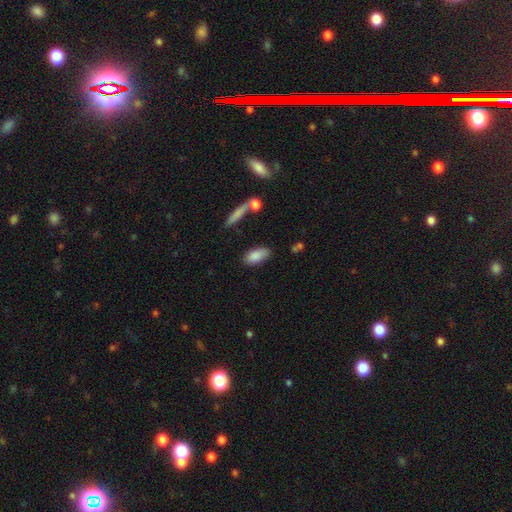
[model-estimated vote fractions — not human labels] Overall: smooth (85%). How rounded: in between (88%). Merging: none (78%).